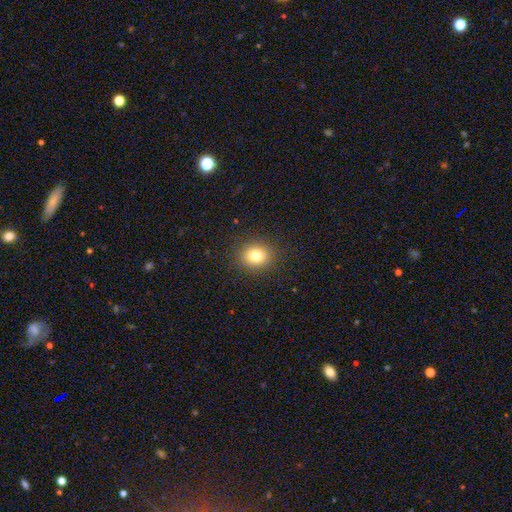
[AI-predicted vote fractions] Smooth or featured? smooth (79%)
How rounded? round (76%)
Merging? none (90%)